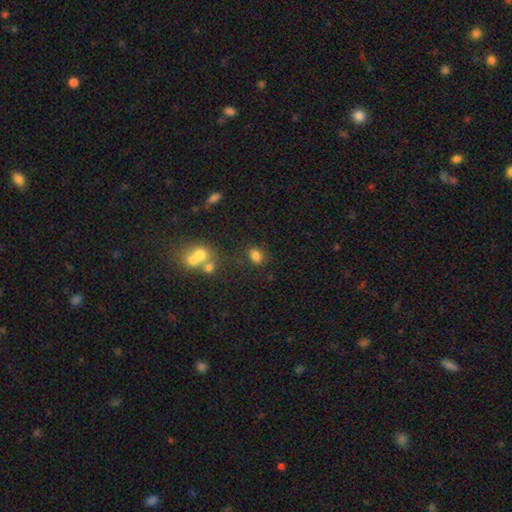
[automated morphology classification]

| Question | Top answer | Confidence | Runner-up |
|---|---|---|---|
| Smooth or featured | smooth | 79% | star or artifact (13%) |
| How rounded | in between | 70% | round (28%) |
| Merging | none | 67% | minor disturbance (14%) |